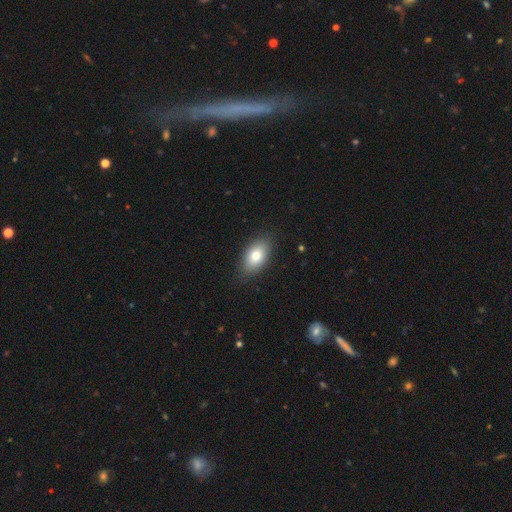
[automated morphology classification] A smooth galaxy with no disk features (81%) that is in between round and cigar-shaped (91%). Merging: none (84%).